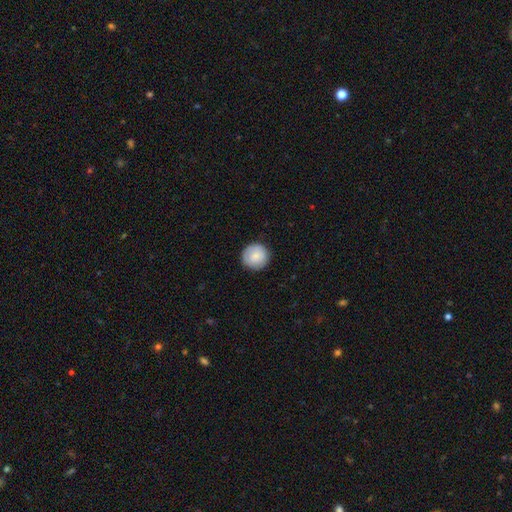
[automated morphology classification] Smooth or featured? Predicted: smooth (p=0.82). How rounded? Predicted: round (p=0.95). Merging? Predicted: none (p=0.89).